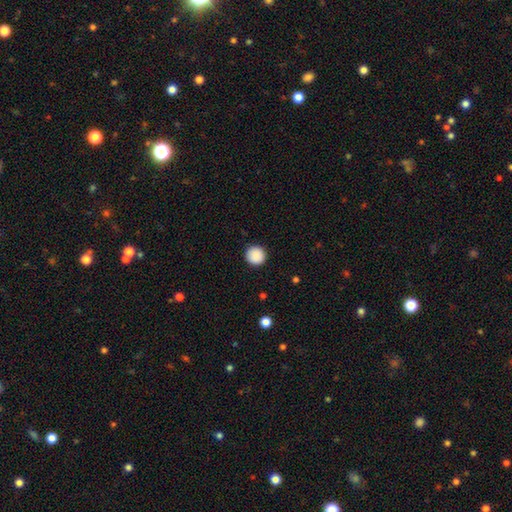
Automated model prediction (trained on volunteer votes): This is clearly a smooth galaxy (90%). How rounded: clearly round (95%). Merging: clearly none (92%).